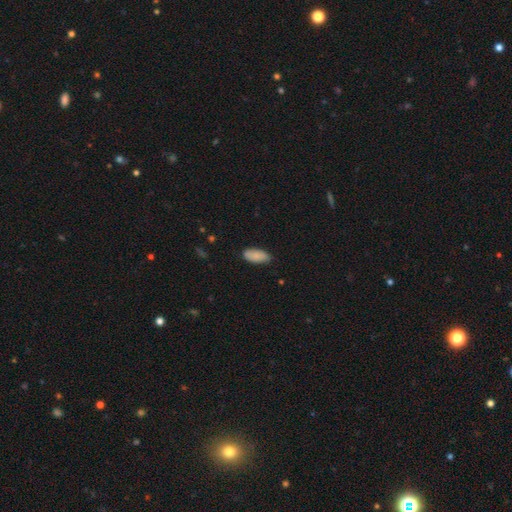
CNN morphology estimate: Smooth or featured? smooth (87%)
How rounded? in between (92%)
Merging? none (82%)